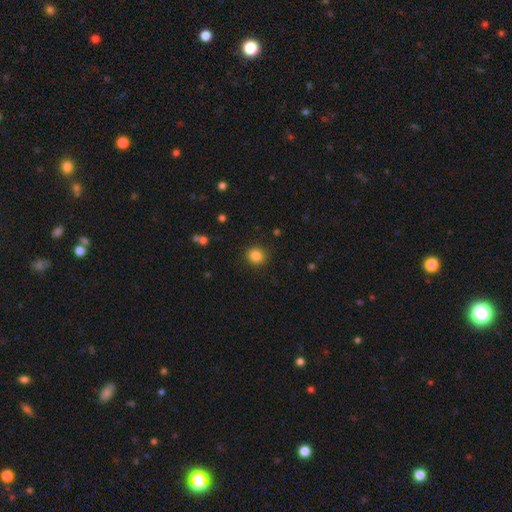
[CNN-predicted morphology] The model was most divided on "smooth or featured": smooth: 85%, star or artifact: 11%, featured or disk: 4%. More confident: merging — none (90%); how rounded — round (88%).